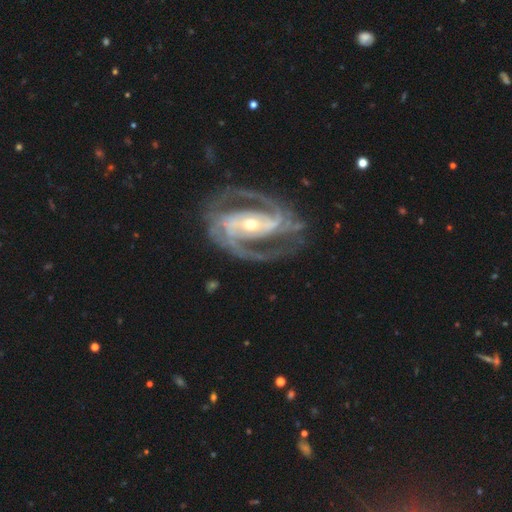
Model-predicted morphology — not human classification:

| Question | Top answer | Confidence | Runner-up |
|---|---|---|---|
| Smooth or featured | featured or disk | 92% | star or artifact (4%) |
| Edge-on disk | no | 97% | yes (3%) |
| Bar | strong | 52% | weak (26%) |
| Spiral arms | yes | 97% | no (3%) |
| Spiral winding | medium | 53% | tight (36%) |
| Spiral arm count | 2 | 81% | 3 (8%) |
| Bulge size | small | 55% | moderate (39%) |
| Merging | none | 73% | minor disturbance (15%) |